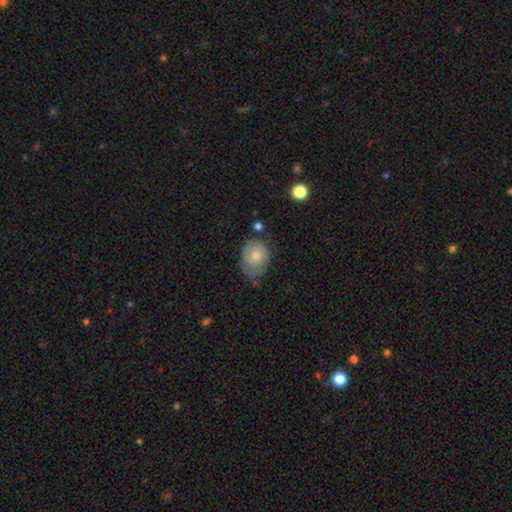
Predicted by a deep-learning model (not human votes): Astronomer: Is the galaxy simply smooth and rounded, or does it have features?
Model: smooth — 52% (runner-up: featured or disk, 39%).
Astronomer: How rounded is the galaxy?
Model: in between — 56% (runner-up: round, 43%).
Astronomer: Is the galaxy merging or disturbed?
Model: none — 53% (runner-up: minor disturbance, 33%).